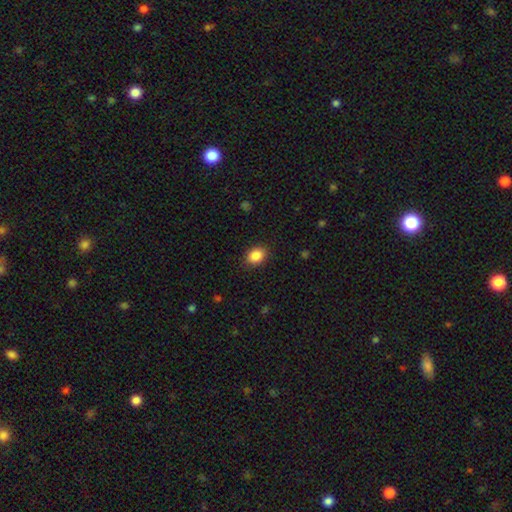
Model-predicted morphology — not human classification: type=smooth (87%); roundness=in between (62%); merging=none (88%).